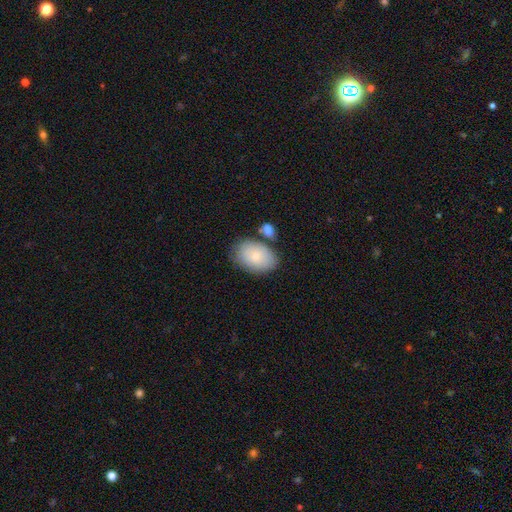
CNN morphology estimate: smooth_or_featured: smooth (p=0.79) [alt: featured or disk p=0.14]
how_rounded: in between (p=0.88) [alt: round p=0.11]
merging: none (p=0.69) [alt: minor disturbance p=0.17]